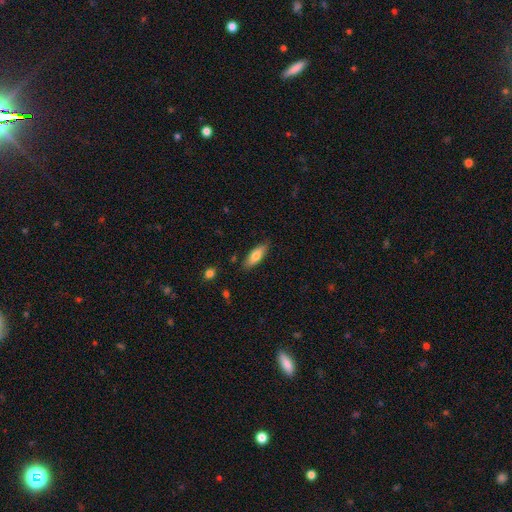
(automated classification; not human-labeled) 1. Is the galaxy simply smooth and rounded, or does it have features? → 74% smooth, 20% featured or disk, 6% star or artifact.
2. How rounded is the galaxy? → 61% in between, 37% cigar-shaped, 2% round.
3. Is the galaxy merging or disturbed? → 83% none, 13% minor disturbance, 2% major disturbance, 2% merger.